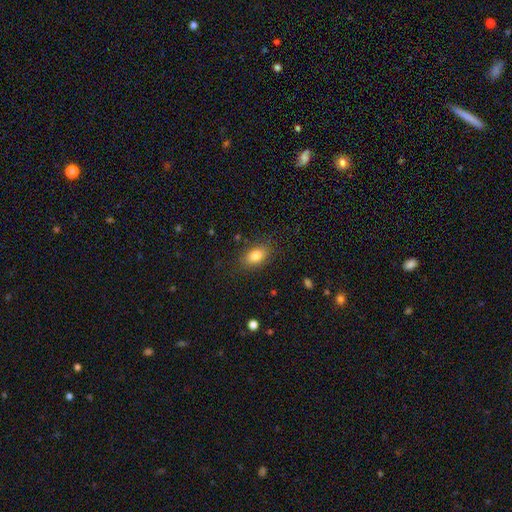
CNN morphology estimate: A smooth galaxy with no disk features (82%) that is in between round and cigar-shaped (84%). Merging: none (83%).